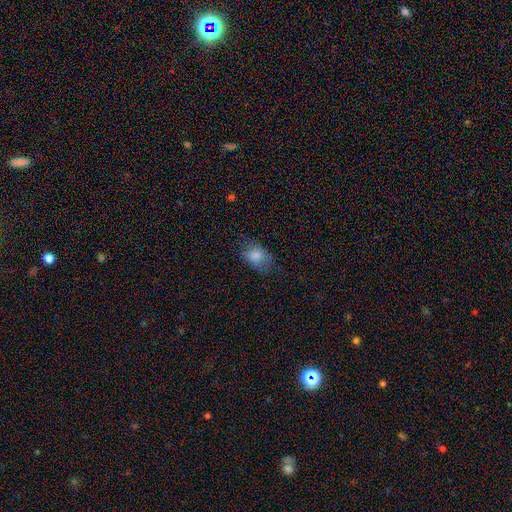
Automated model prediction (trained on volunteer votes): The model was most divided on "merging": none: 59%, minor disturbance: 27%, major disturbance: 13%, merger: 1%. More confident: how rounded — in between (80%); smooth or featured — smooth (77%).